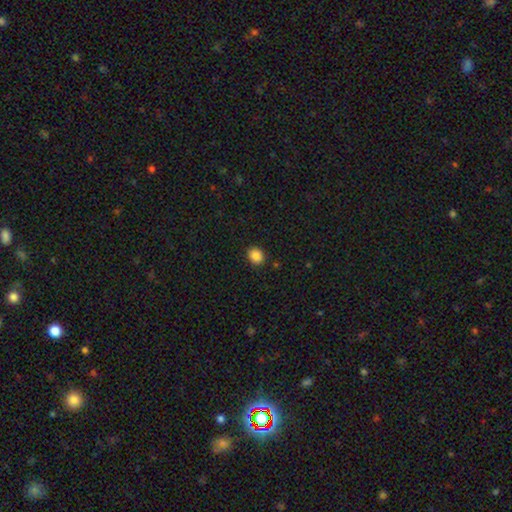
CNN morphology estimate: Smooth or featured: smooth — 87% (star or artifact — 10%)
How rounded: round — 56% (in between — 43%)
Merging: none — 89% (minor disturbance — 7%)